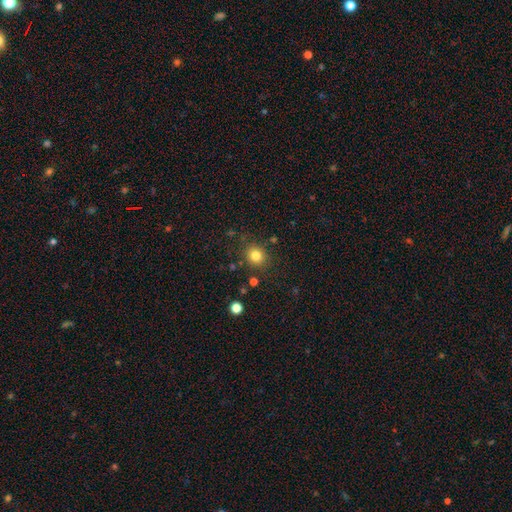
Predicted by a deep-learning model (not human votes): Overall: smooth (81%). How rounded: round (78%). Merging: none (84%).